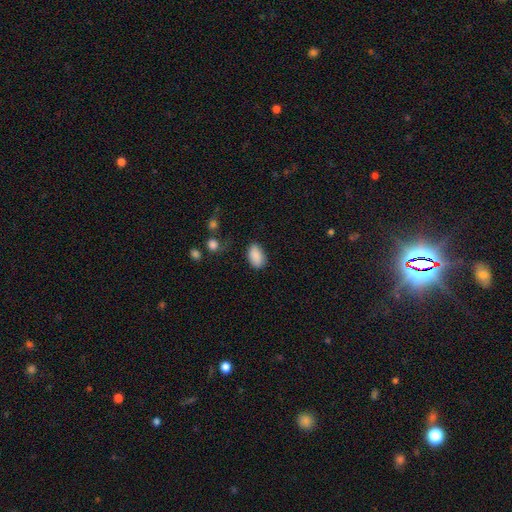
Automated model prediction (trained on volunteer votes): Overall: smooth (89%). How rounded: in between (93%). Merging: none (77%).